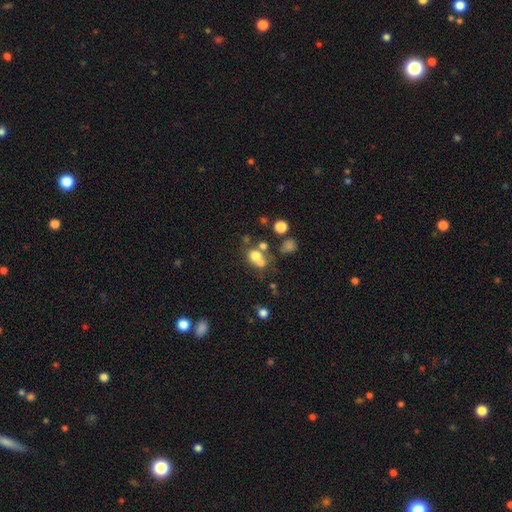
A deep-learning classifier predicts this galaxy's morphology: This appears to be a smooth galaxy with no disk features (68%) that is round (69%). Merging: merger (42%).